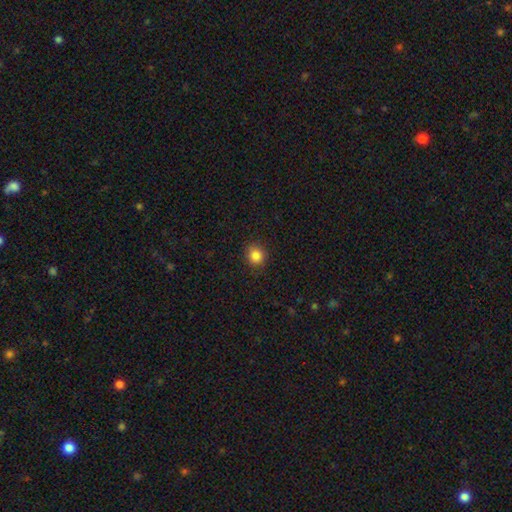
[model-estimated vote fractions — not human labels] The model was most divided on "how rounded": round: 85%, in between: 14%, cigar-shaped: 1%. More confident: merging — none (89%); smooth or featured — smooth (85%).